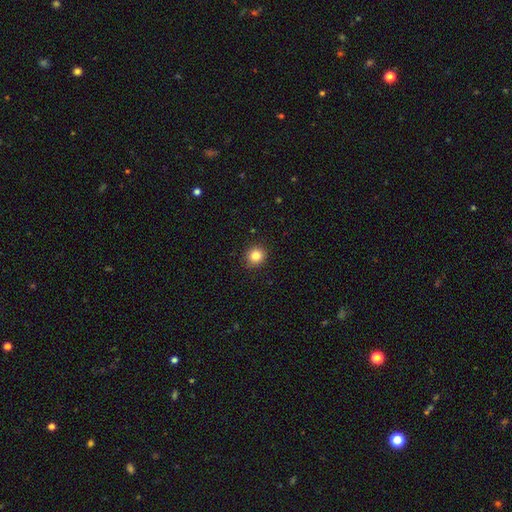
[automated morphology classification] Smooth or featured: smooth — 85% (star or artifact — 10%)
How rounded: round — 88% (in between — 11%)
Merging: none — 89% (minor disturbance — 8%)